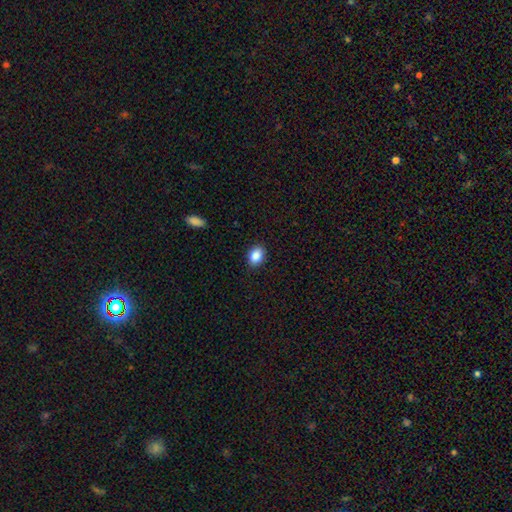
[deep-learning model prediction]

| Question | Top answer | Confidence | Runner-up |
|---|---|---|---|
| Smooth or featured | smooth | 88% | star or artifact (8%) |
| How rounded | in between | 72% | round (27%) |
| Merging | none | 89% | minor disturbance (8%) |